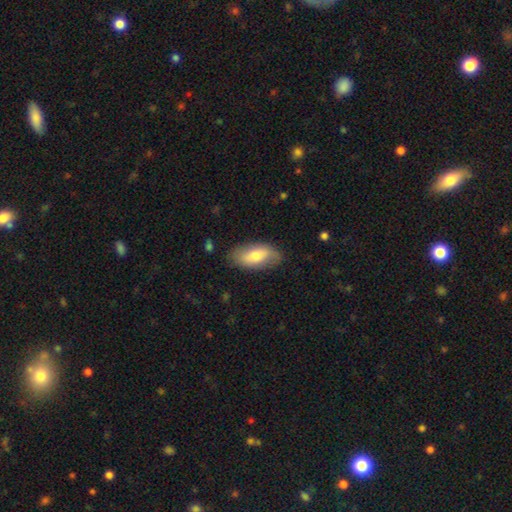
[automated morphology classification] smooth_or_featured: smooth (p=0.69) [alt: featured or disk p=0.25]
how_rounded: in between (p=0.91) [alt: cigar-shaped p=0.06]
merging: none (p=0.81) [alt: minor disturbance p=0.14]